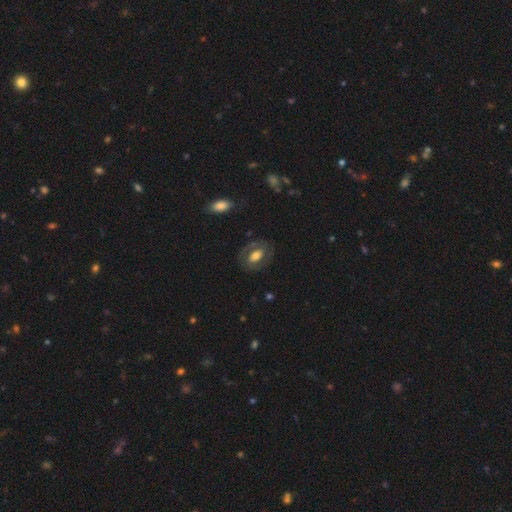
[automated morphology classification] Smooth or featured? Predicted: featured or disk (p=0.47). Merging? Predicted: none (p=0.74).